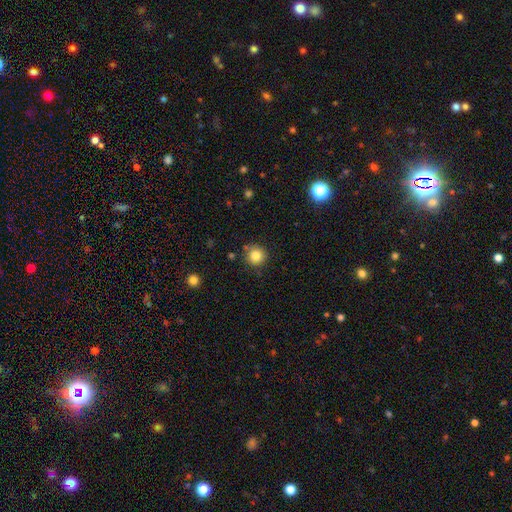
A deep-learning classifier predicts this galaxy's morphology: This is clearly a smooth galaxy (83%). How rounded: clearly round (93%). Merging: clearly none (84%).